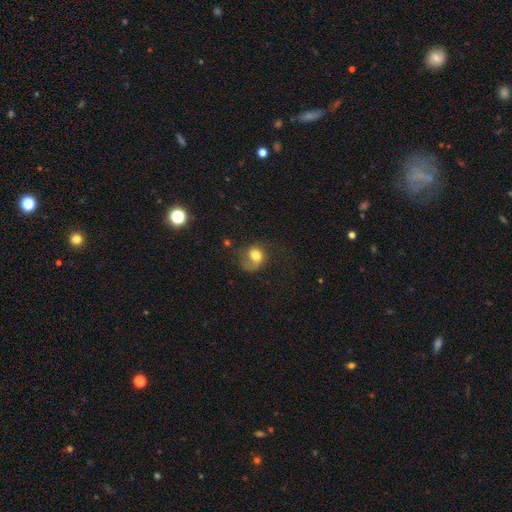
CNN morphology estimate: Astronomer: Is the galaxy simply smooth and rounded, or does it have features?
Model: smooth — 61%.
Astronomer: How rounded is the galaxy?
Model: round — 62%.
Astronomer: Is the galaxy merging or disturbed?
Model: major disturbance — 36%, tied with none at 36%.